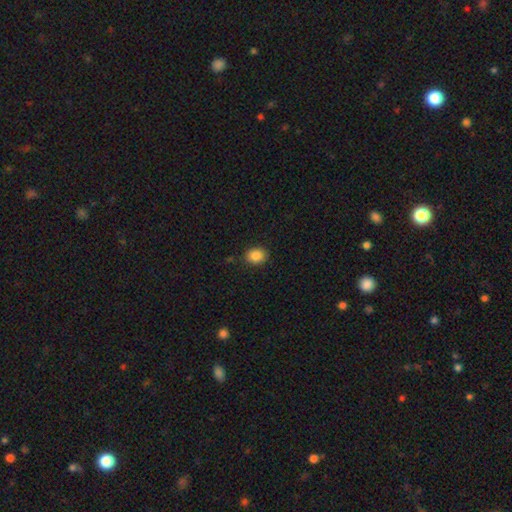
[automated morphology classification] A smooth galaxy with no disk features (86%) that is round (55%).

Vote fractions:
- Smooth or featured? smooth: 86% / star or artifact: 9% / featured or disk: 5%
- How rounded? round: 55% / in between: 44% / cigar-shaped: 1%
- Merging? none: 87% / minor disturbance: 9% / major disturbance: 2% / merger: 1%